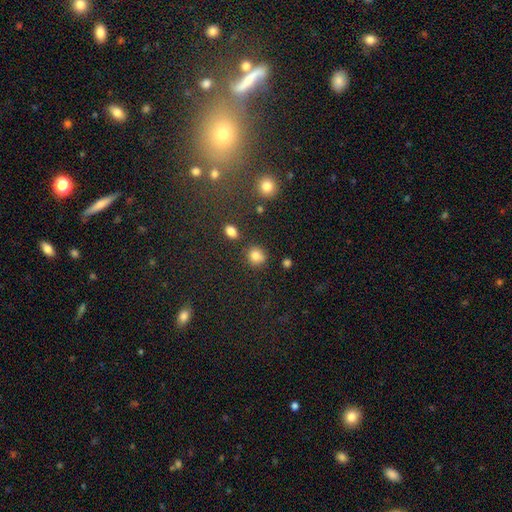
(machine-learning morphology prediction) smooth 83%, star or artifact 12%, featured or disk 6%. Down the decision tree: how rounded — round (78%); merging — none (78%).